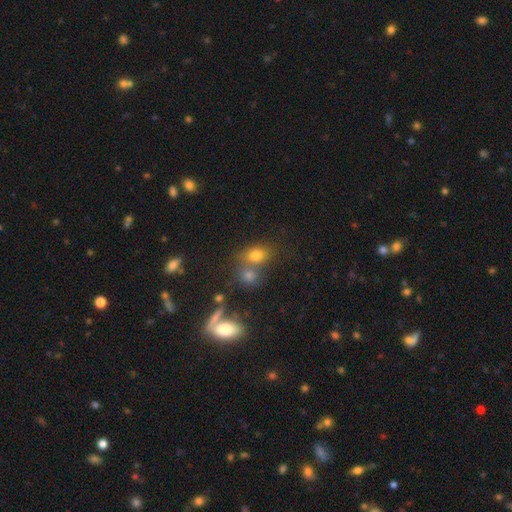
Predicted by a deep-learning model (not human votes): The model was most divided on "merging": none: 48%, merger: 35%, minor disturbance: 11%, major disturbance: 5%. More confident: smooth or featured — smooth (70%); how rounded — in between (57%).